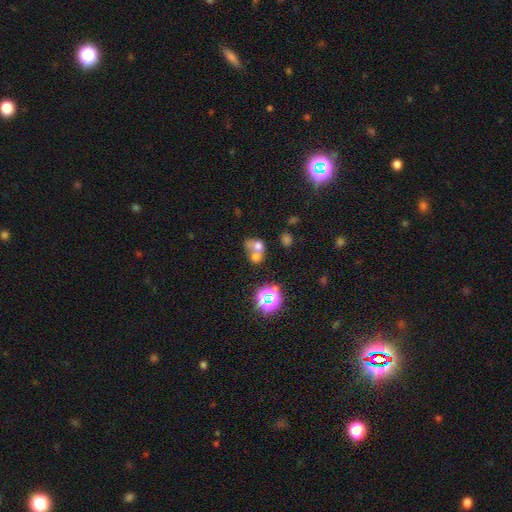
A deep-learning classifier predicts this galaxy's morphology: The model was most divided on "how rounded": round: 59%, in between: 40%, cigar-shaped: 1%. More confident: merging — merger (64%); smooth or featured — smooth (56%).